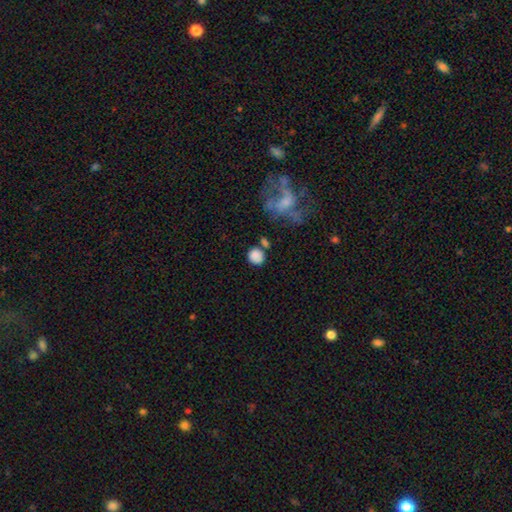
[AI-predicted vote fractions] A smooth galaxy with no disk features (83%) that is round (83%). Merging: none (66%).